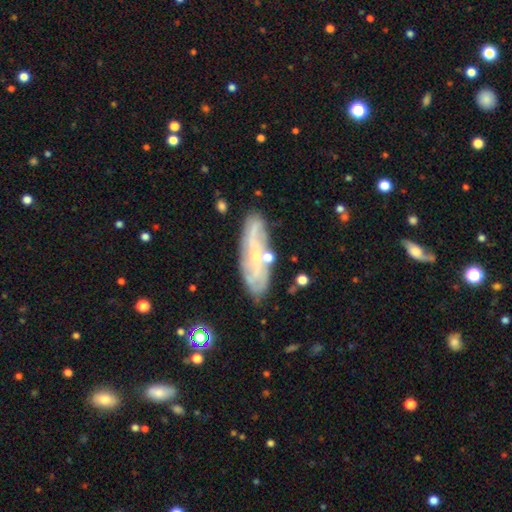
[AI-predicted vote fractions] Overall: featured or disk (63%; smooth 28%). Edge-on disk: no (70%). Merging: none (75%).